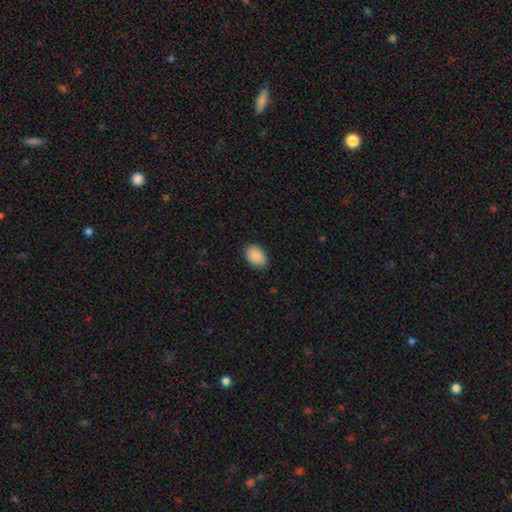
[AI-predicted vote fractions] The model was most divided on "how rounded": in between: 80%, round: 19%, cigar-shaped: 1%. More confident: smooth or featured — smooth (90%); merging — none (87%).